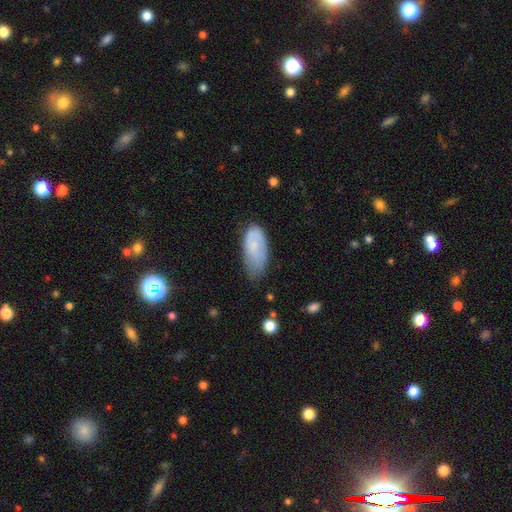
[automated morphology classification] Smooth or featured? smooth (71%)
How rounded? in between (90%)
Merging? none (44%)